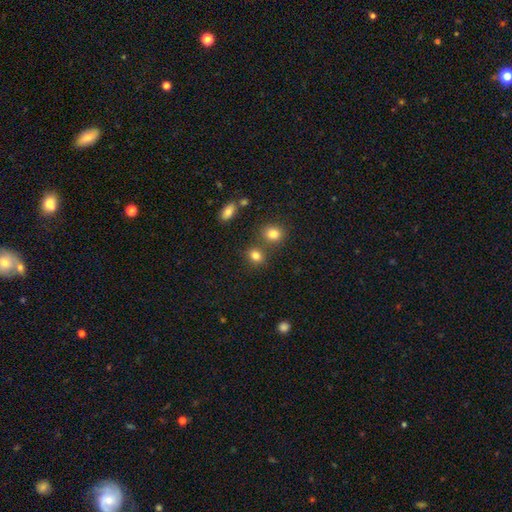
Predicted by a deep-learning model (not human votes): A smooth galaxy with no disk features (81%) that is round (63%). Merging: none (71%).